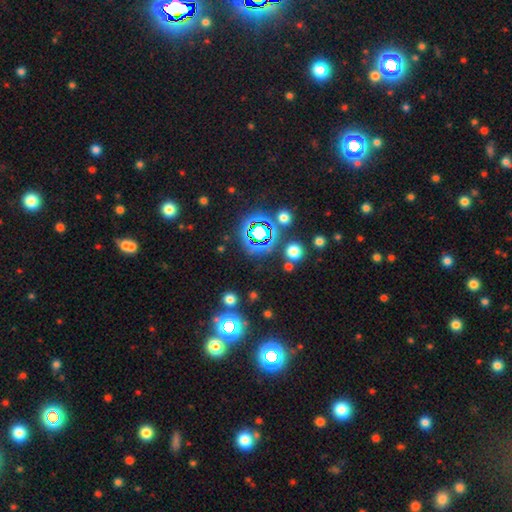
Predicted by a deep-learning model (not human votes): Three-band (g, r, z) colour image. It shows a star or artifact, not a galaxy (75%).